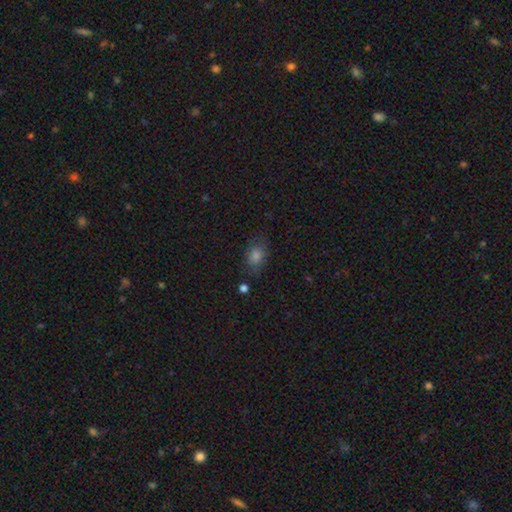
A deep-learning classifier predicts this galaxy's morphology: Overall: smooth (69%). How rounded: in between (69%; round 29%). Merging: none (76%).